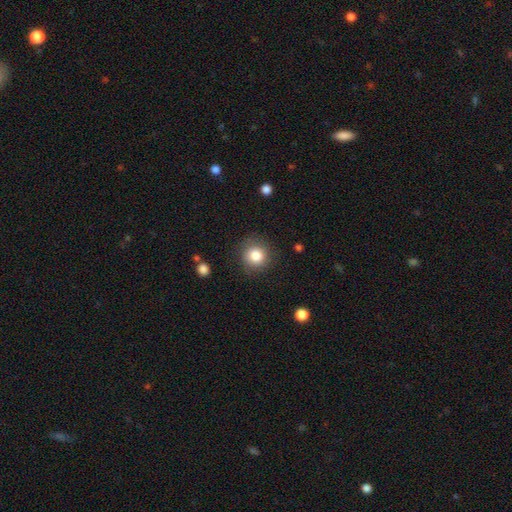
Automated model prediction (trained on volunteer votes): A smooth galaxy with no disk features (82%) that is round (91%). Merging: none (85%).